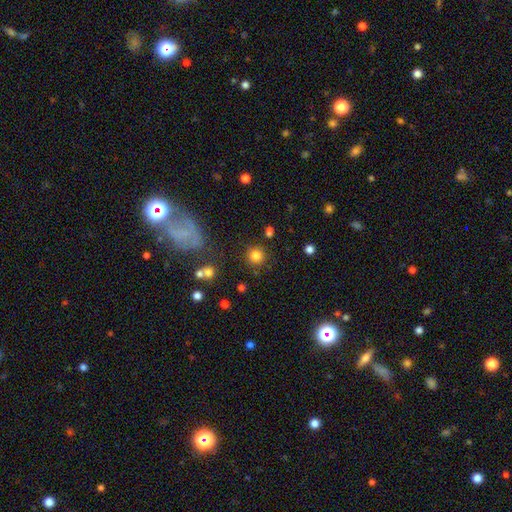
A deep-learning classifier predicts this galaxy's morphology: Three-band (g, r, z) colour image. It shows a smooth galaxy with no disk features (82%) that is round (94%). Merging: none (86%).